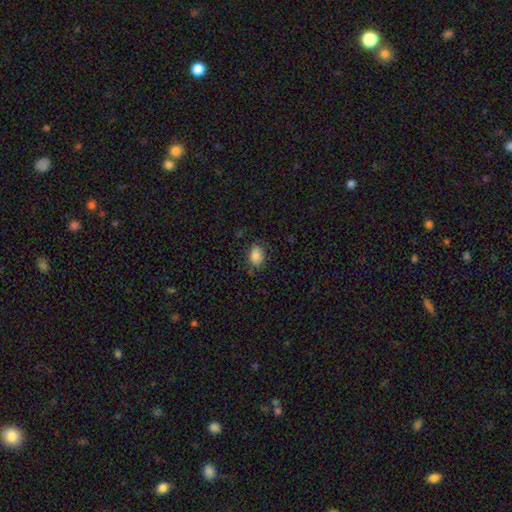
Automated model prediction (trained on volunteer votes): smooth-or-featured: smooth: 85% | star or artifact: 9% | featured or disk: 6%
  how-rounded: in between: 75% | round: 24% | cigar-shaped: 1%
  merging: none: 79% | minor disturbance: 16% | major disturbance: 4% | merger: 1%